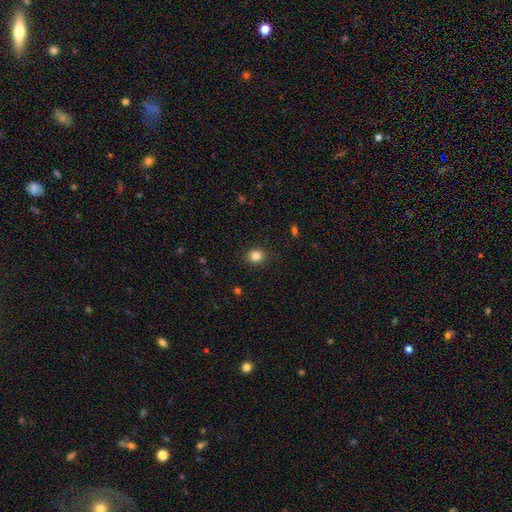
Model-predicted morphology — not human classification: Smooth or featured: smooth — 84% (star or artifact — 12%)
How rounded: round — 82% (in between — 17%)
Merging: none — 90% (minor disturbance — 7%)